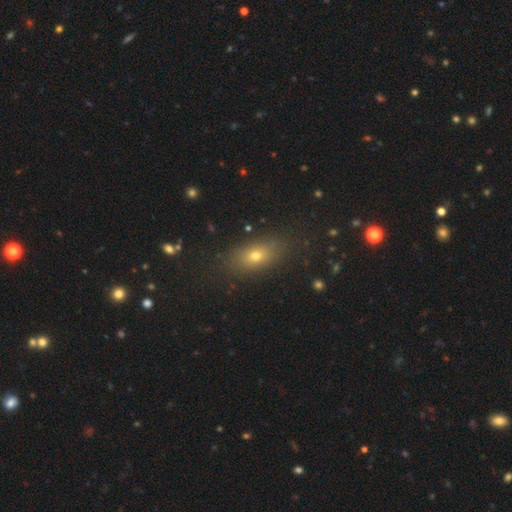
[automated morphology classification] smooth_or_featured: smooth (p=0.70) [alt: featured or disk p=0.16]
how_rounded: in between (p=0.76) [alt: round p=0.14]
merging: none (p=0.84) [alt: minor disturbance p=0.10]